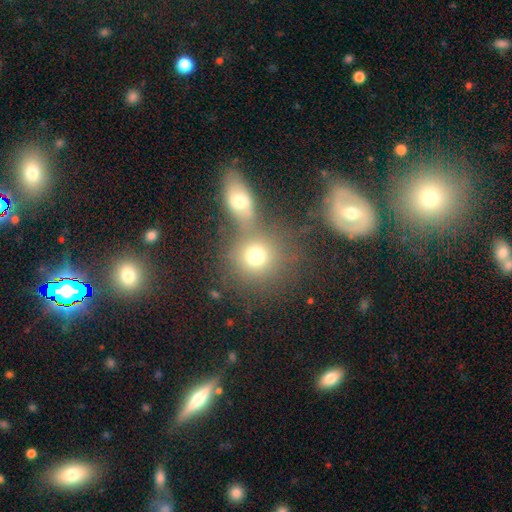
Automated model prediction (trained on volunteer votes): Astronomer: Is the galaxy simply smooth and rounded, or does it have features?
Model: smooth — 73%.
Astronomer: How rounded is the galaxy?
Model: round — 84%.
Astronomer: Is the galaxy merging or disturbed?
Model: none — 44%, tied with merger at 44%.